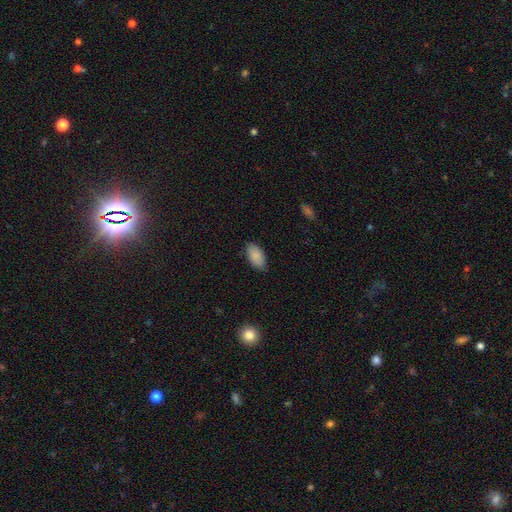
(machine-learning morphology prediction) This is clearly a smooth galaxy (88%). How rounded: clearly in between (95%). Merging: clearly none (82%).